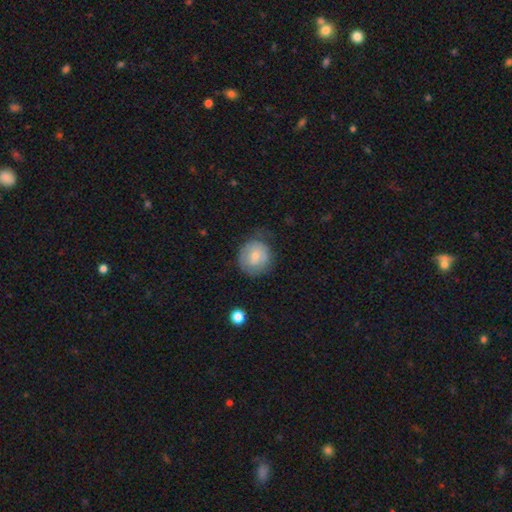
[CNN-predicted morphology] smooth-or-featured: smooth: 62% | featured or disk: 31% | star or artifact: 7%
  how-rounded: round: 83% | in between: 16% | cigar-shaped: 1%
  merging: none: 59% | minor disturbance: 27% | major disturbance: 13% | merger: 2%